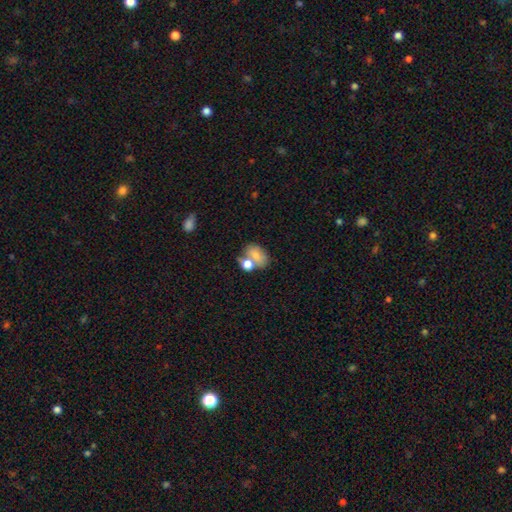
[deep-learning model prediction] Smooth or featured? Predicted: smooth (p=0.73). How rounded? Predicted: in between (p=0.71). Merging? Predicted: merger (p=0.41).